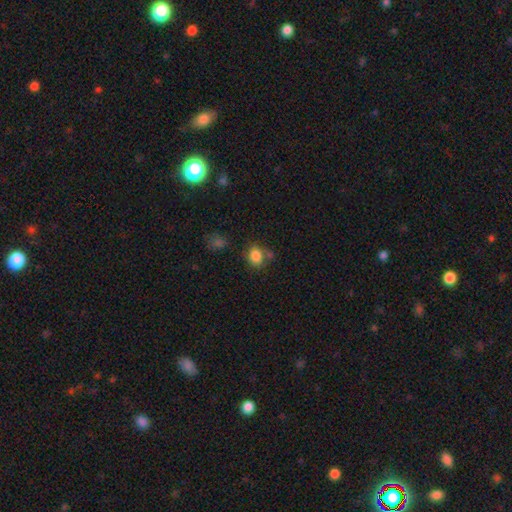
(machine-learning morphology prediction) This is clearly a smooth galaxy (83%). How rounded: possibly round (56%). Merging: likely none (63%).